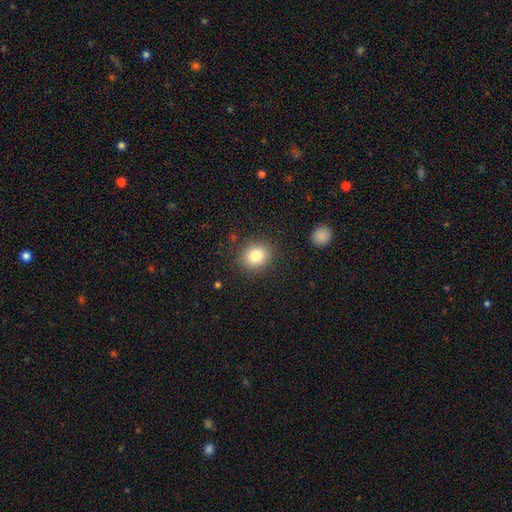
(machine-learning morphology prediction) Overall: smooth (81%). How rounded: round (73%). Merging: none (87%).